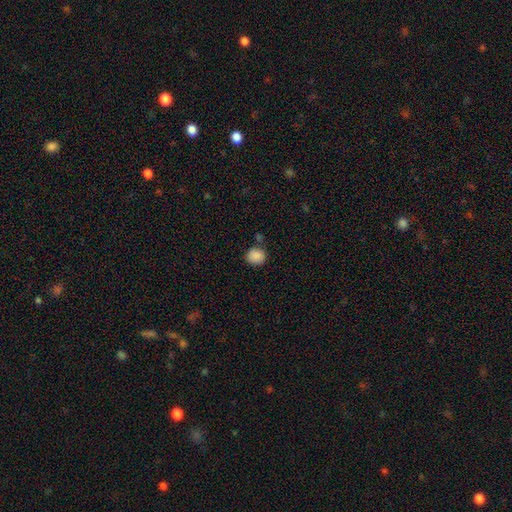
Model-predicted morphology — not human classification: A smooth galaxy with no disk features (88%) that is round (78%).

Vote fractions:
- Smooth or featured? smooth: 88% / star or artifact: 8% / featured or disk: 3%
- How rounded? round: 78% / in between: 22% / cigar-shaped: 1%
- Merging? none: 75% / minor disturbance: 13% / merger: 8% / major disturbance: 4%